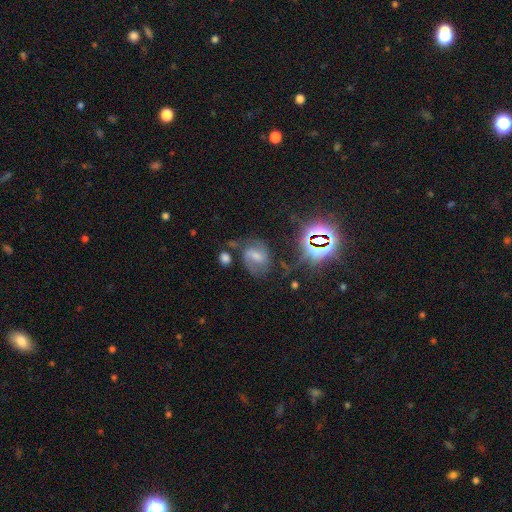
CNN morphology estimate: This is possibly a featured or disk galaxy (57%). It is clearly not viewed edge-on (96%). Bar: possibly weak (47%). Spiral arm pattern: clearly yes (90%). Central bulge: marginally moderate (43%). Merging: likely none (65%).